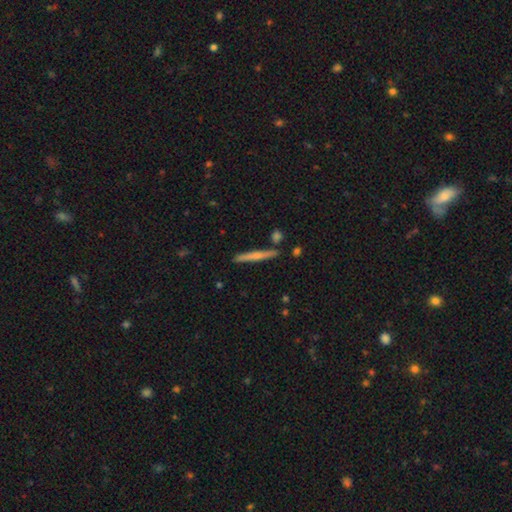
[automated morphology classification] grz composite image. It shows a smooth galaxy with no disk features (50%) that is cigar-shaped (95%). Merging: none (86%).